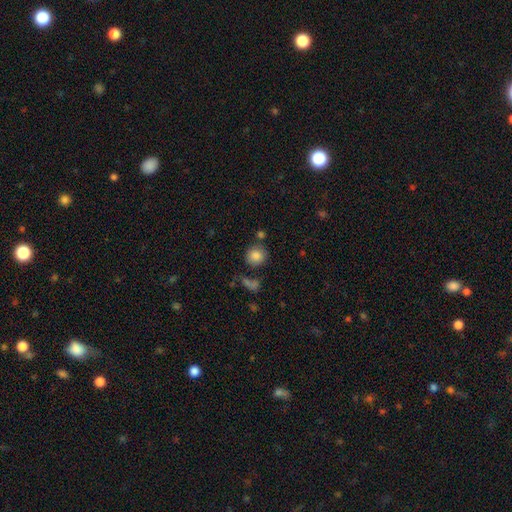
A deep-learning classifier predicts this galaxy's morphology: smooth-or-featured: smooth: 84% | star or artifact: 9% | featured or disk: 6%
  how-rounded: round: 84% | in between: 15% | cigar-shaped: 1%
  merging: none: 74% | minor disturbance: 12% | merger: 10% | major disturbance: 5%